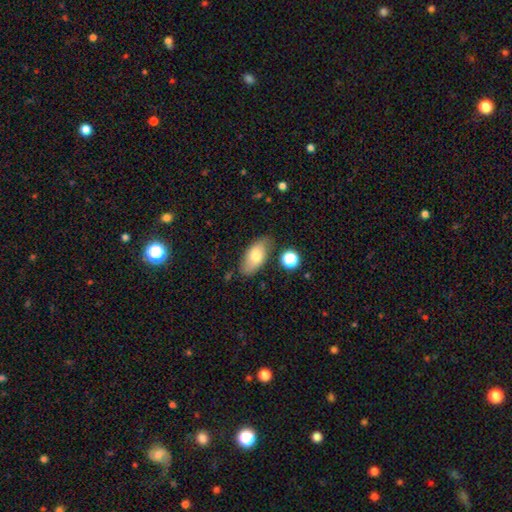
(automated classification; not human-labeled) A smooth galaxy with no disk features (70%) that is in between round and cigar-shaped (91%). Merging: none (78%).